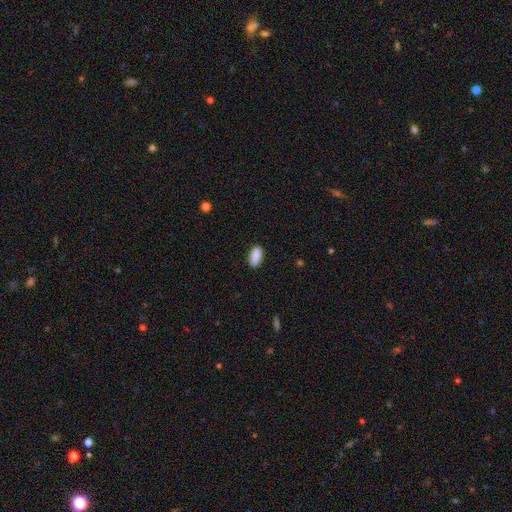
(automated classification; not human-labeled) smooth_or_featured: smooth (p=0.87) [alt: star or artifact p=0.07]
how_rounded: in between (p=0.83) [alt: cigar-shaped p=0.14]
merging: none (p=0.86) [alt: minor disturbance p=0.10]